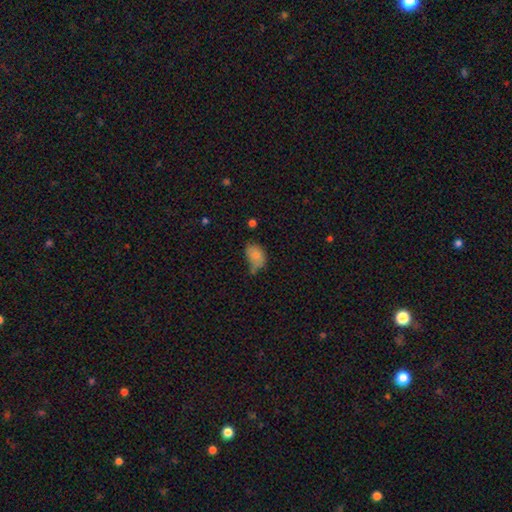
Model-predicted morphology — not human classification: This is likely a smooth galaxy (78%). How rounded: clearly in between (82%). Merging: marginally none (38%).